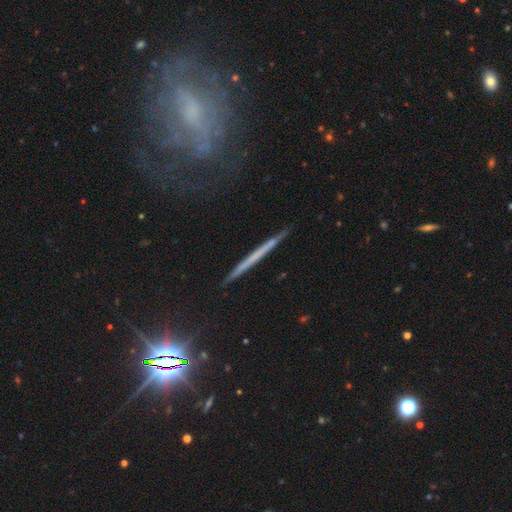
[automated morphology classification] The model was most divided on "smooth or featured": featured or disk: 52%, smooth: 36%, star or artifact: 11%. More confident: edge-on disk — yes (95%); edge-on bulge — none (89%); merging — none (87%).